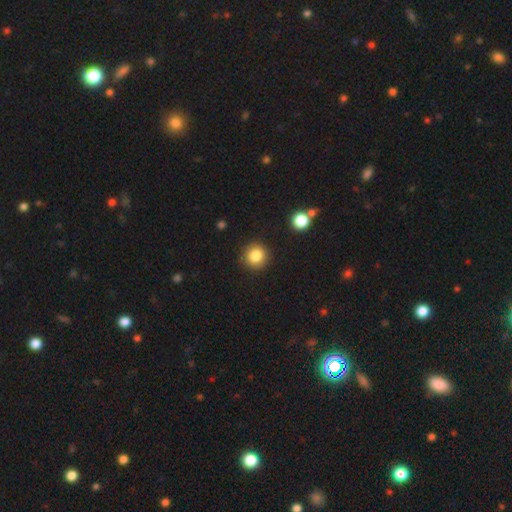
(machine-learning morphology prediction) type=smooth (84%); roundness=round (93%); merging=none (89%).